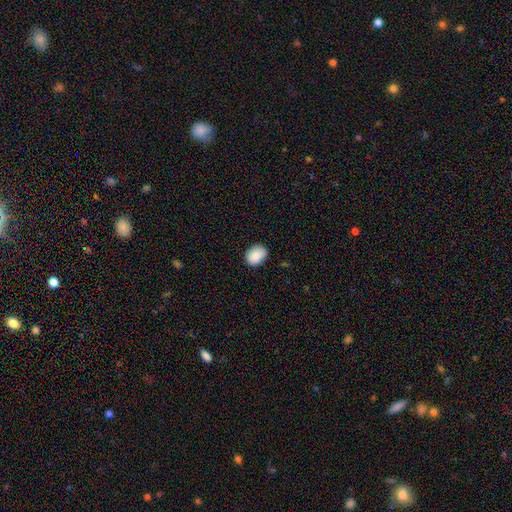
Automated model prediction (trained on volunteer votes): smooth-or-featured: smooth: 89% | star or artifact: 7% | featured or disk: 3%
  how-rounded: in between: 68% | round: 31% | cigar-shaped: 1%
  merging: none: 82% | minor disturbance: 14% | major disturbance: 2% | merger: 1%